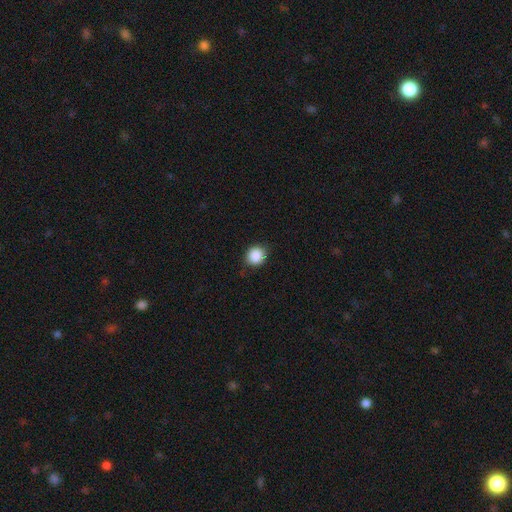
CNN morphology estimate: A smooth galaxy with no disk features (88%) that is round (82%).

Vote fractions:
- Smooth or featured? smooth: 88% / star or artifact: 8% / featured or disk: 3%
- How rounded? round: 82% / in between: 17% / cigar-shaped: 1%
- Merging? none: 85% / minor disturbance: 12% / major disturbance: 2% / merger: 1%